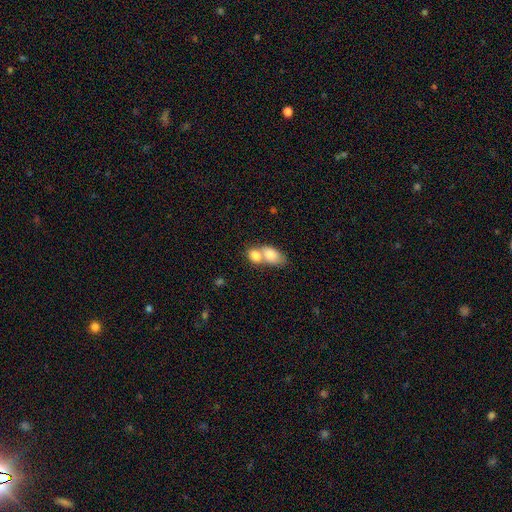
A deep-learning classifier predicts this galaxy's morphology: Smooth or featured? Predicted: smooth (p=0.79). How rounded? Predicted: in between (p=0.75). Merging? Predicted: merger (p=0.72).